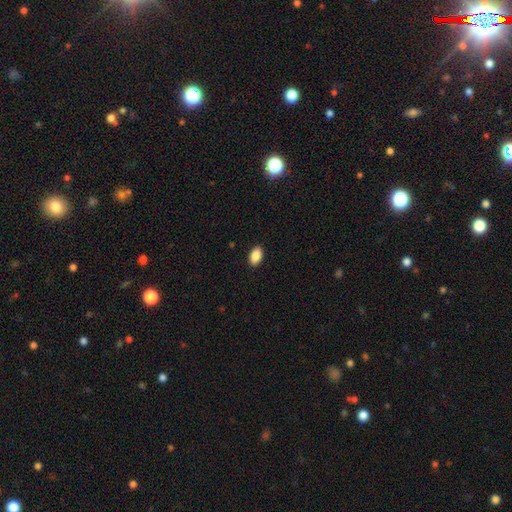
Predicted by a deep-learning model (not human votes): Smooth or featured? smooth (88%)
How rounded? in between (92%)
Merging? none (90%)